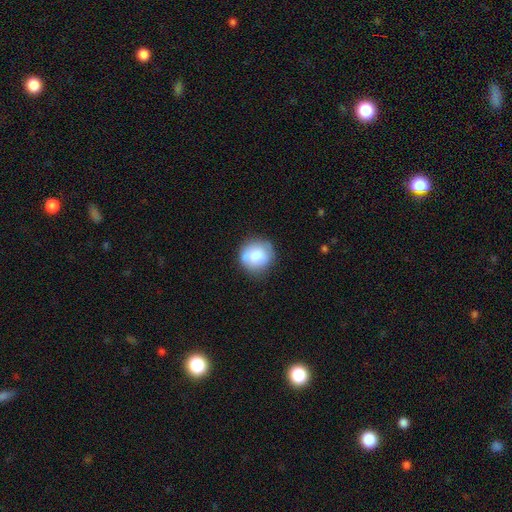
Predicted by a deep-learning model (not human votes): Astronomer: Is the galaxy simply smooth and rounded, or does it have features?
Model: smooth — 76%.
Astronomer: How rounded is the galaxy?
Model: round — 90%.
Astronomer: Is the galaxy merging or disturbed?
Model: none — 78%.